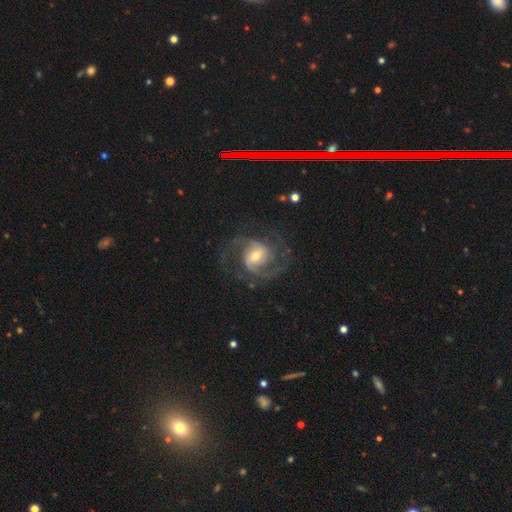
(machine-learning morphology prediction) This is clearly a featured or disk galaxy (90%). It is clearly not viewed edge-on (98%). Bar: possibly weak (48%). Spiral arm pattern: clearly yes (97%). Spiral arm count: likely 2 (67%). Spiral winding: possibly medium (57%). Central bulge: possibly moderate (54%). Merging: likely none (71%).